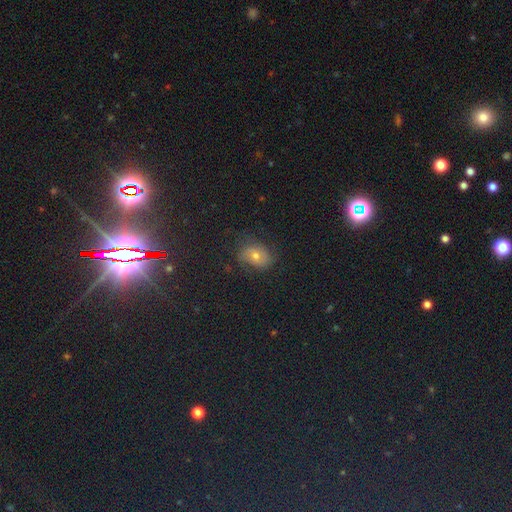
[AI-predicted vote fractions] Smooth or featured? smooth (42%)
Merging? none (71%)